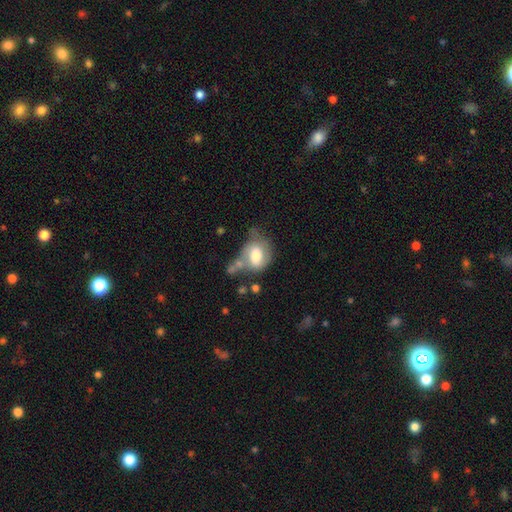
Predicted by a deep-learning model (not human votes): Overall: smooth (58%; featured or disk 34%). How rounded: in between (58%; round 41%). Merging: none (29%; minor disturbance 28%).